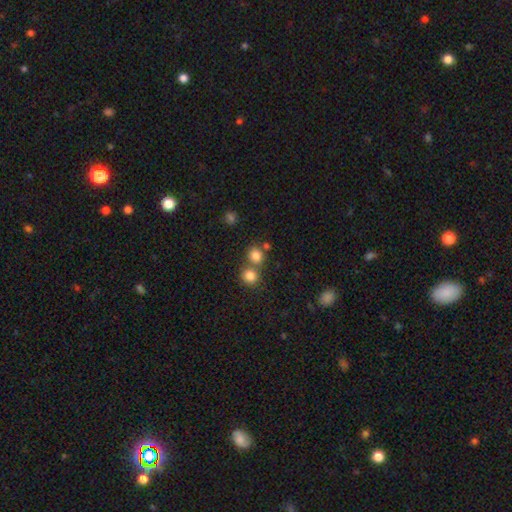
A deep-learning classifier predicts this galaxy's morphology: Smooth or featured? Predicted: smooth (p=0.81). How rounded? Predicted: round (p=0.83). Merging? Predicted: none (p=0.57).